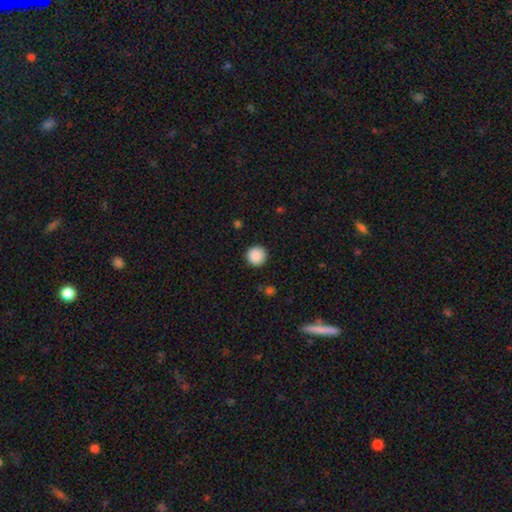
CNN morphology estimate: The model was most divided on "smooth or featured": smooth: 89%, star or artifact: 9%, featured or disk: 3%. More confident: how rounded — round (96%); merging — none (91%).